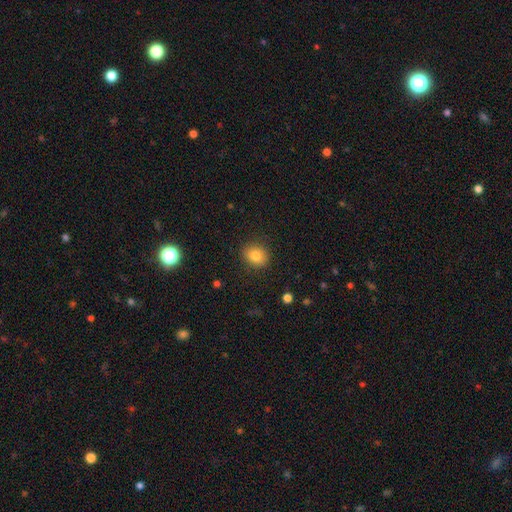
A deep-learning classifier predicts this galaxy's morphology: Smooth or featured? smooth (80%)
How rounded? round (63%)
Merging? none (88%)